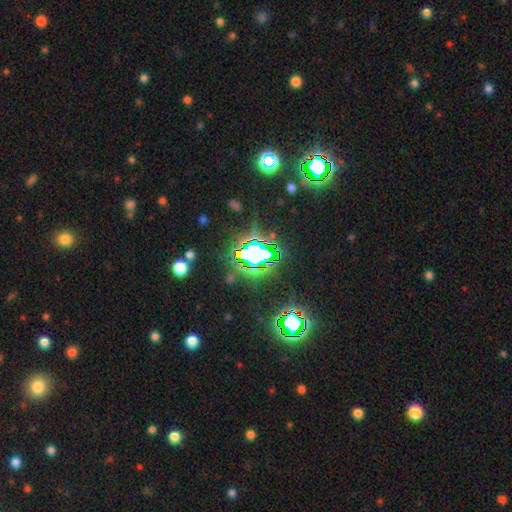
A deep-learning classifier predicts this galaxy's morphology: The model was most divided on "smooth or featured": star or artifact: 82%, smooth: 11%, featured or disk: 7%.